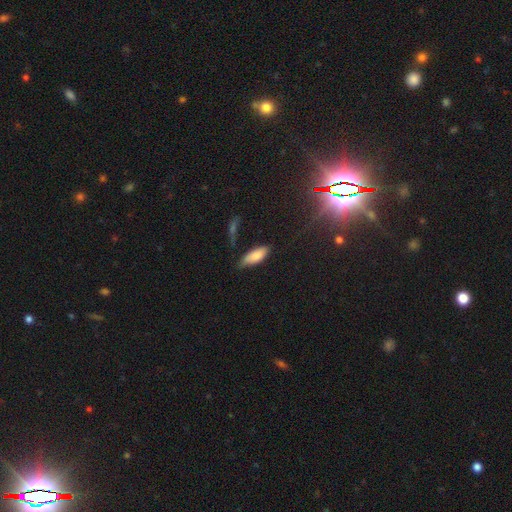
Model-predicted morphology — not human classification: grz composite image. It shows a smooth galaxy with no disk features (82%) that is in between round and cigar-shaped (76%). Merging: none (58%).